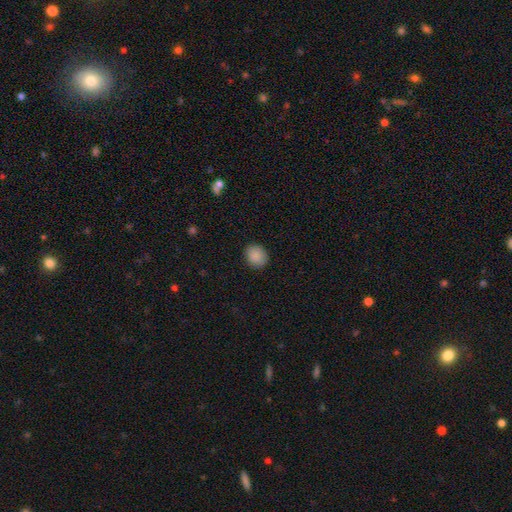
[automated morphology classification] Q: Smooth or featured?
A: smooth (89%); runner-up: star or artifact (8%)
Q: How rounded?
A: round (59%); runner-up: in between (40%)
Q: Merging?
A: none (89%); runner-up: minor disturbance (8%)